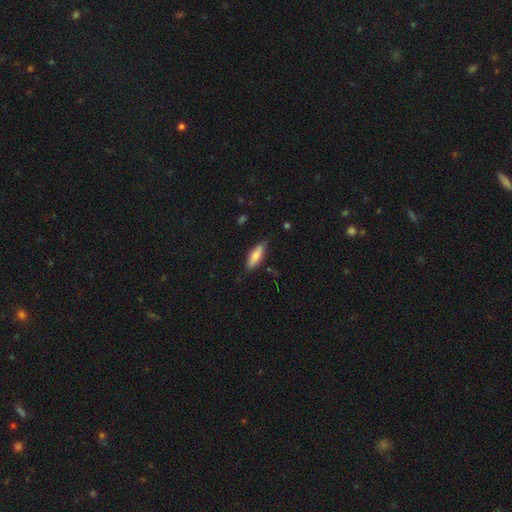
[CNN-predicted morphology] A smooth galaxy with no disk features (79%) that is in between round and cigar-shaped (59%).

Vote fractions:
- Smooth or featured? smooth: 79% / featured or disk: 15% / star or artifact: 6%
- How rounded? in between: 59% / cigar-shaped: 39% / round: 2%
- Merging? none: 77% / minor disturbance: 18% / major disturbance: 3% / merger: 1%